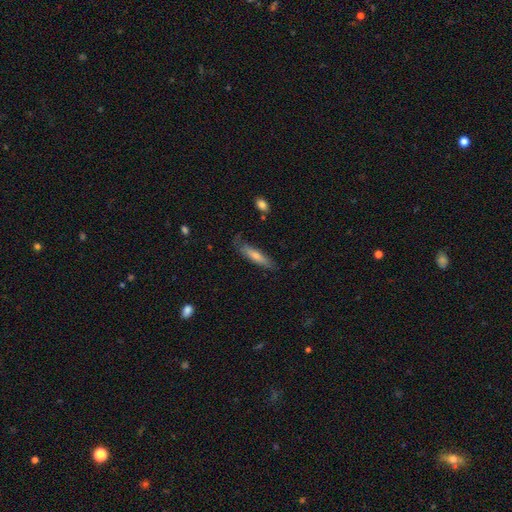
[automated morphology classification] Smooth or featured? smooth (67%)
How rounded? cigar-shaped (78%)
Merging? none (69%)